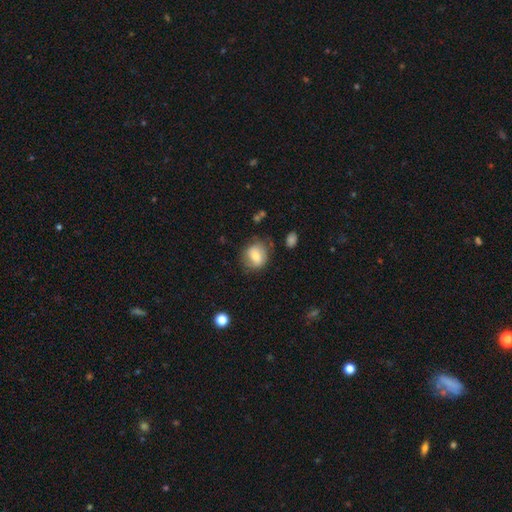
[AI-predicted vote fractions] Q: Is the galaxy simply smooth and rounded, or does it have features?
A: smooth — 68%.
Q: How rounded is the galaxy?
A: round — 67%.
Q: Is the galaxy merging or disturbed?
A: none — 67%.